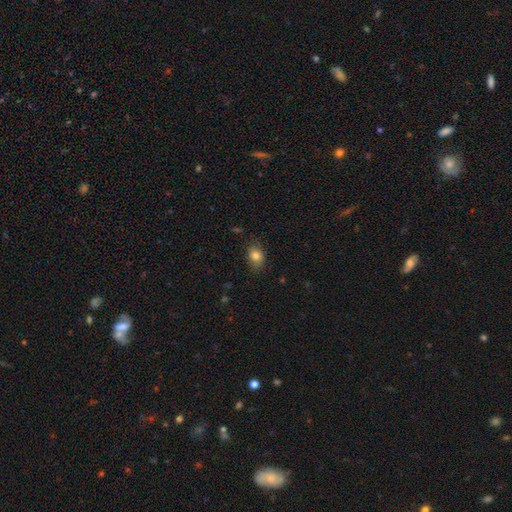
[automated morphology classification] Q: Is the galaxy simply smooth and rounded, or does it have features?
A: smooth — 82%.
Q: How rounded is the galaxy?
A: in between — 69%.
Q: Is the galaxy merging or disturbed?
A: none — 80%.